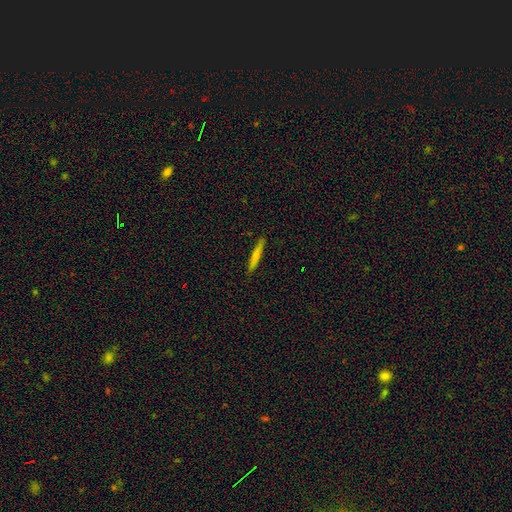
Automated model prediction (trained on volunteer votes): This is likely a smooth galaxy (70%). How rounded: clearly cigar-shaped (95%). Merging: clearly none (89%).